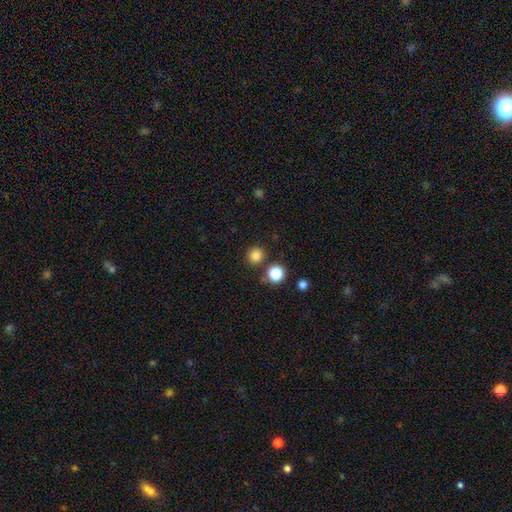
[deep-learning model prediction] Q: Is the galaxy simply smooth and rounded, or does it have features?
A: smooth — 83%.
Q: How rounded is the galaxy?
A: round — 92%.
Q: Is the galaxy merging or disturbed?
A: none — 83%.